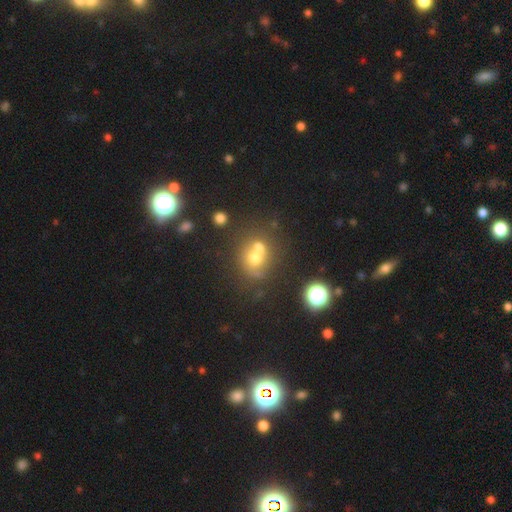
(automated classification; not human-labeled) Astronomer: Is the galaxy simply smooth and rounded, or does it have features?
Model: smooth — 62%.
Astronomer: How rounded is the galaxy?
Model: round — 72%.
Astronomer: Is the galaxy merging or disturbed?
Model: merger — 56%.